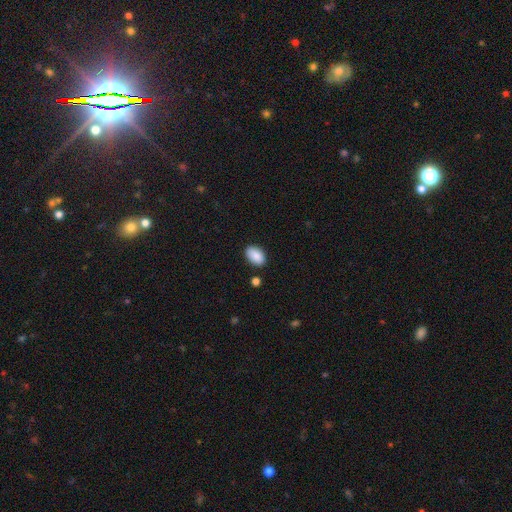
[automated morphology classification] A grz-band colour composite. It shows a smooth galaxy with no disk features (89%) that is in between round and cigar-shaped (91%). Merging: none (84%).